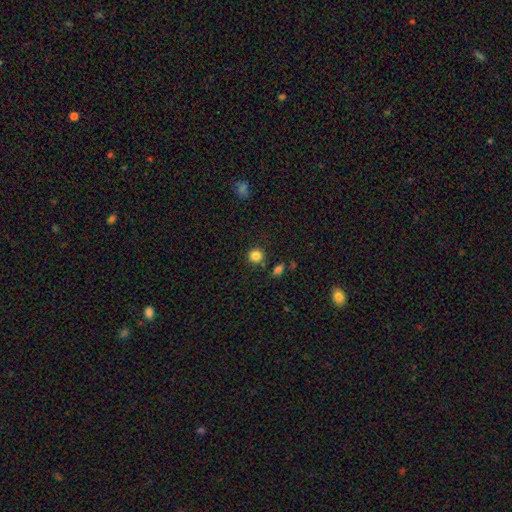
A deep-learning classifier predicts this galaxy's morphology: This is clearly a smooth galaxy (84%). How rounded: clearly round (90%). Merging: clearly none (83%).